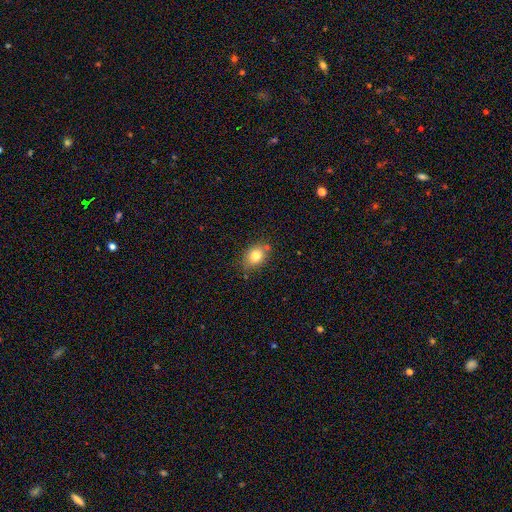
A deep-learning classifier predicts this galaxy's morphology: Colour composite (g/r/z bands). It shows a smooth galaxy with no disk features (79%) that is in between round and cigar-shaped (61%). Merging: none (73%).